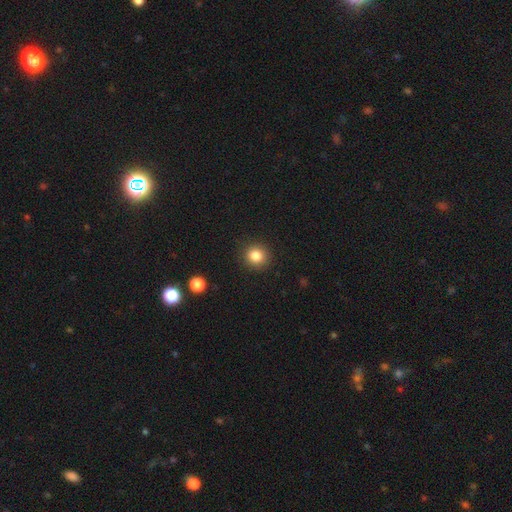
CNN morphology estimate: Smooth or featured?
  - smooth: 83% *
  - star or artifact: 11%
  - featured or disk: 5%
How rounded?
  - round: 89% *
  - in between: 10%
  - cigar-shaped: 1%
Merging?
  - none: 91% *
  - minor disturbance: 6%
  - major disturbance: 2%
  - merger: 1%